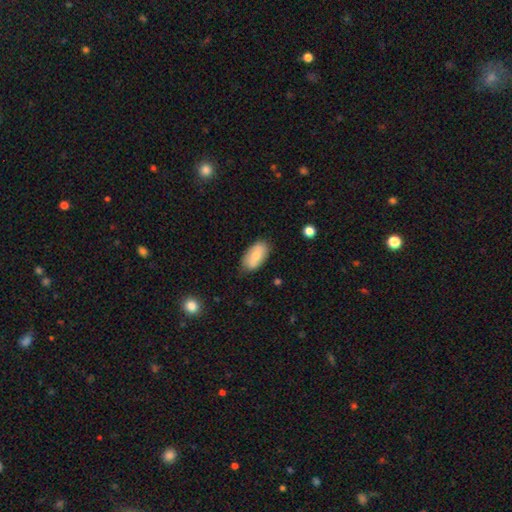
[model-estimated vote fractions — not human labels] smooth 67%, featured or disk 26%, star or artifact 6%. Down the decision tree: how rounded — in between (93%); merging — none (76%).